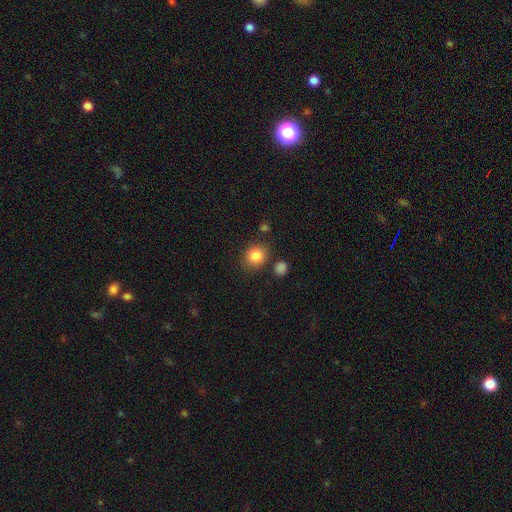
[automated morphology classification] This is clearly a smooth galaxy (84%). How rounded: likely round (76%). Merging: likely none (80%).